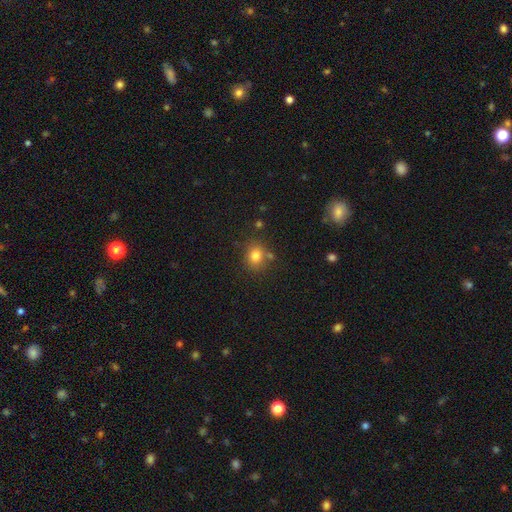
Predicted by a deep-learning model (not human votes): Morphology: type=smooth (80%); roundness=round (69%); merging=none (73%).